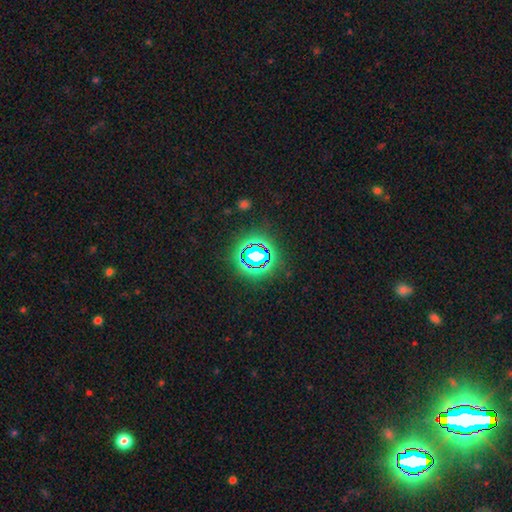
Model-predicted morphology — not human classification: Smooth or featured? Predicted: star or artifact (p=0.73).